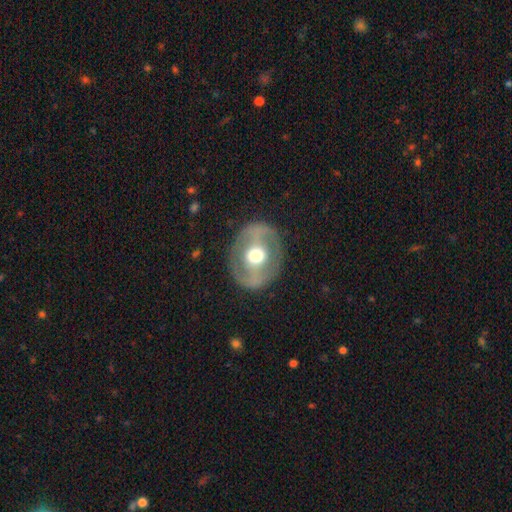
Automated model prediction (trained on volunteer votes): Smooth or featured? Predicted: featured or disk (p=0.63). Edge-on disk? Predicted: no (p=0.94). Bar? Predicted: no (p=0.49). Spiral arms? Predicted: no (p=0.64). Bulge size? Predicted: moderate (p=0.55). Merging? Predicted: none (p=0.80).